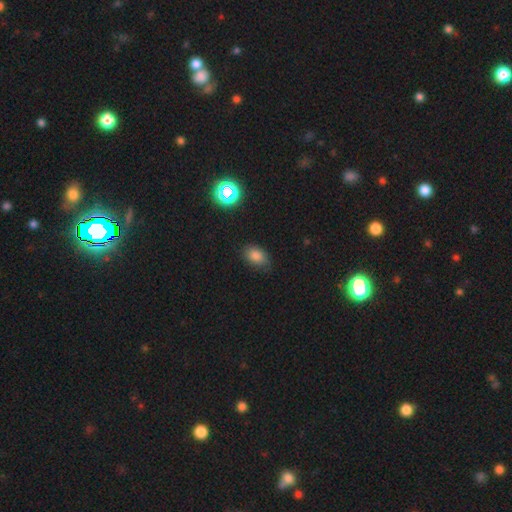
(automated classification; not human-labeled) This is likely a smooth galaxy (80%). How rounded: likely in between (80%). Merging: likely none (77%).